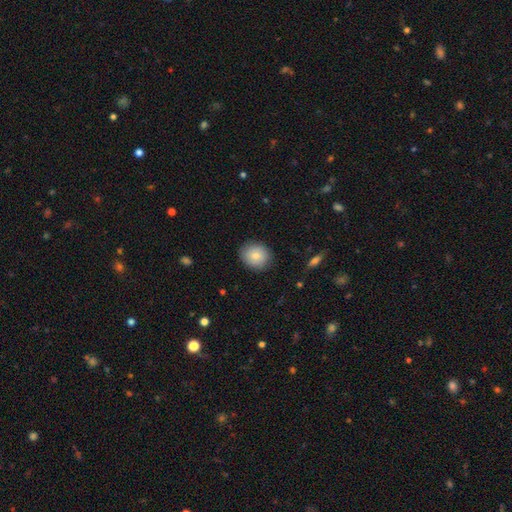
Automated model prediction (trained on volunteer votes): This is clearly a smooth galaxy (81%). How rounded: likely round (77%). Merging: clearly none (86%).